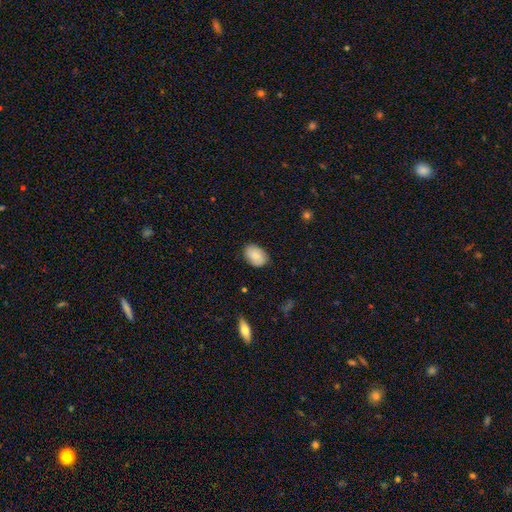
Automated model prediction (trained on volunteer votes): A smooth galaxy with no disk features (81%) that is in between round and cigar-shaped (82%). Merging: none (82%).